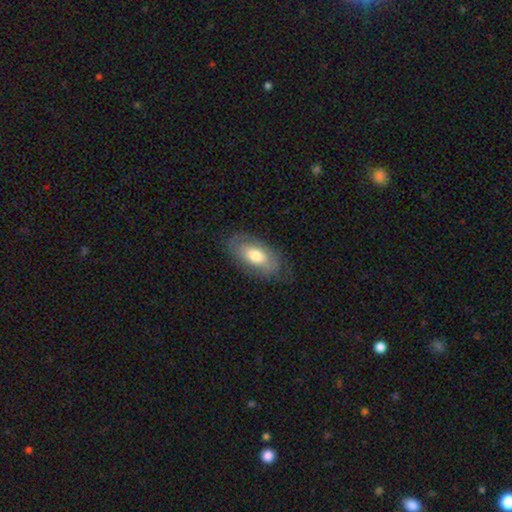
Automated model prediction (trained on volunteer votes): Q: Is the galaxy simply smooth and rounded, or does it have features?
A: smooth — 60%.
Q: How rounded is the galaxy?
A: in between — 92%.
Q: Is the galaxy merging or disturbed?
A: none — 74%.